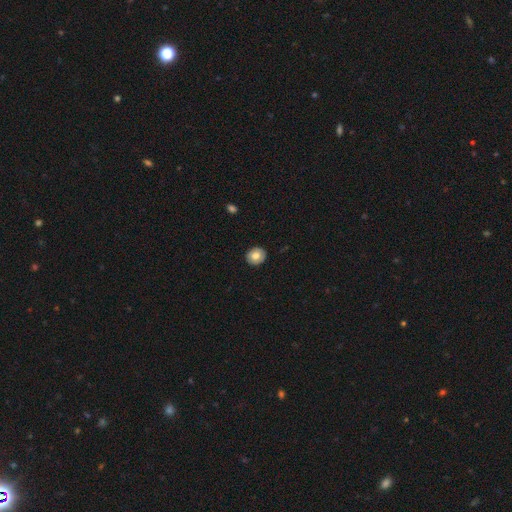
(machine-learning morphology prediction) smooth_or_featured: smooth (p=0.74) [alt: featured or disk p=0.19]
how_rounded: round (p=0.79) [alt: in between p=0.20]
merging: none (p=0.90) [alt: minor disturbance p=0.08]